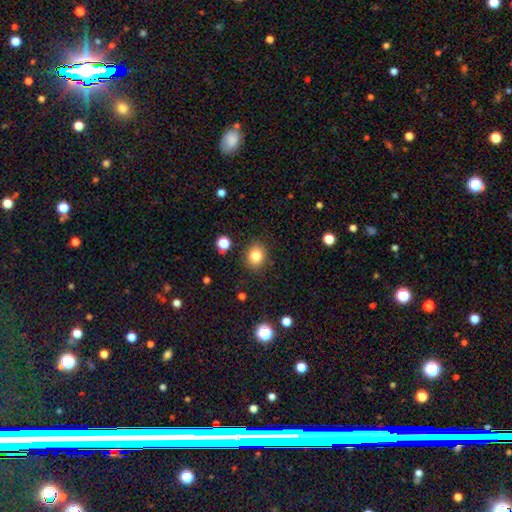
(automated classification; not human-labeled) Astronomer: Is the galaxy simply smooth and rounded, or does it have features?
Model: smooth — 82%.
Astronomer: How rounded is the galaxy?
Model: round — 69%.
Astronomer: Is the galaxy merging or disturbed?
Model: none — 86%.